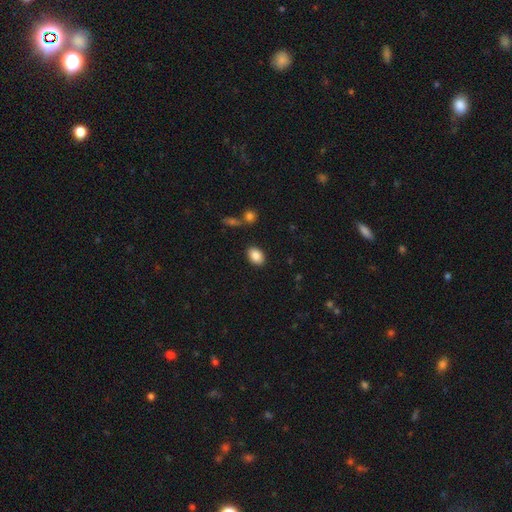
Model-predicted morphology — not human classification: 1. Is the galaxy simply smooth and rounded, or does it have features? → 86% smooth, 8% star or artifact, 6% featured or disk.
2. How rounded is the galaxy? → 82% in between, 17% round, 1% cigar-shaped.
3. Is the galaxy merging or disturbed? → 87% none, 8% minor disturbance, 2% major disturbance, 2% merger.